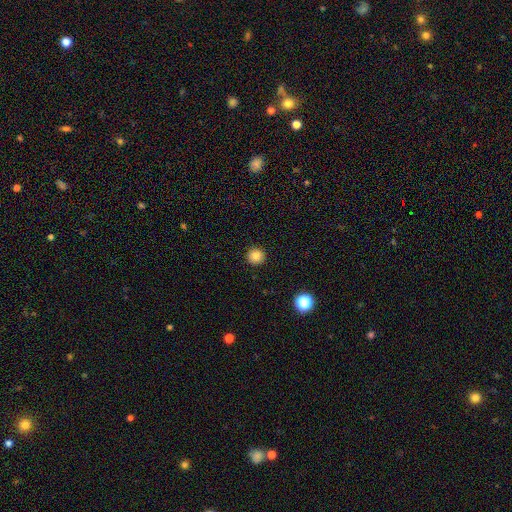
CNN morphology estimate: Smooth or featured? Predicted: smooth (p=0.83). How rounded? Predicted: round (p=0.95). Merging? Predicted: none (p=0.92).